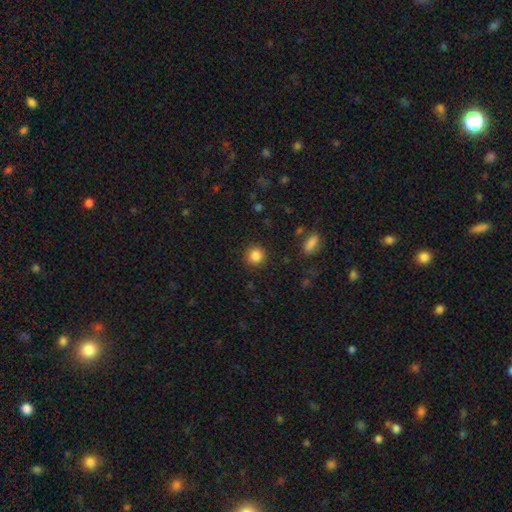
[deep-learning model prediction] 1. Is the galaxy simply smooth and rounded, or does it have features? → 85% smooth, 10% star or artifact, 4% featured or disk.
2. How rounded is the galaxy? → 91% round, 8% in between, 1% cigar-shaped.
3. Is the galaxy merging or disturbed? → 90% none, 7% minor disturbance, 2% major disturbance, 1% merger.